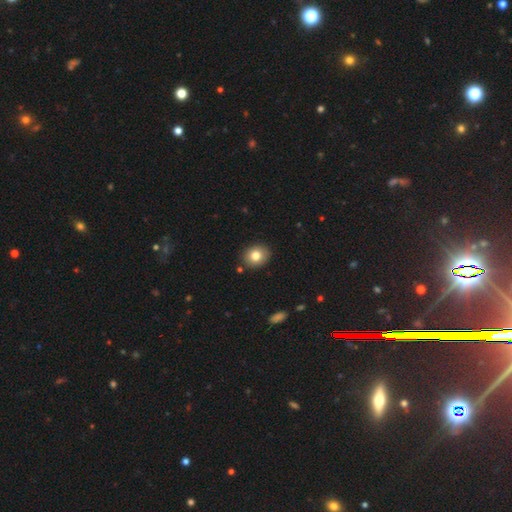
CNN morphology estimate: This appears to be a smooth galaxy with no disk features (79%) that is round (63%). Merging: none (88%).